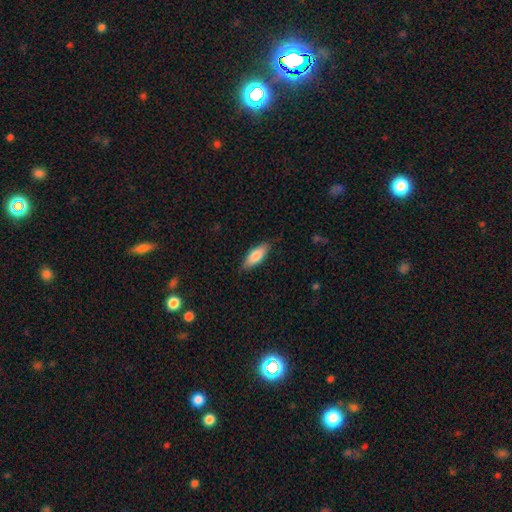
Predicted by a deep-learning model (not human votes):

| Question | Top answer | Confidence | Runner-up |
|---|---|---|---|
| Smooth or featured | smooth | 78% | featured or disk (16%) |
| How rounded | in between | 68% | cigar-shaped (30%) |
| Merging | none | 83% | minor disturbance (13%) |